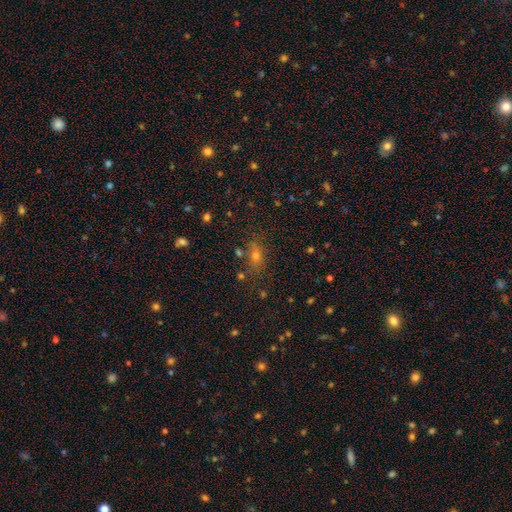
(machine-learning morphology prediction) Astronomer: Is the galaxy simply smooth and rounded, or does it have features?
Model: smooth — 60%.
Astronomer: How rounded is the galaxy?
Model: in between — 62%.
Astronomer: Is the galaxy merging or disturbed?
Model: none — 73%.